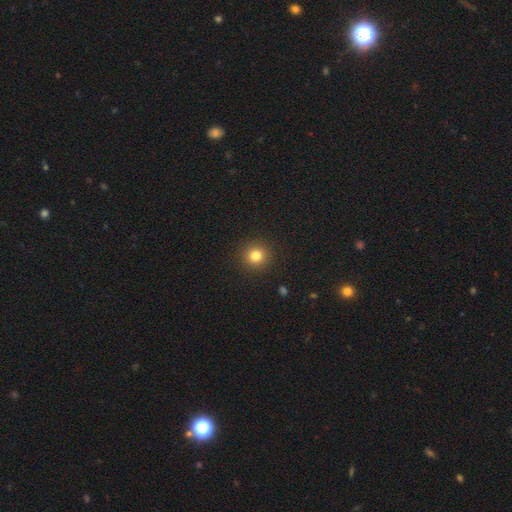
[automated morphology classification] Smooth or featured?
  - smooth: 81% *
  - star or artifact: 13%
  - featured or disk: 6%
How rounded?
  - round: 92% *
  - in between: 7%
  - cigar-shaped: 1%
Merging?
  - none: 92% *
  - minor disturbance: 5%
  - major disturbance: 2%
  - merger: 1%